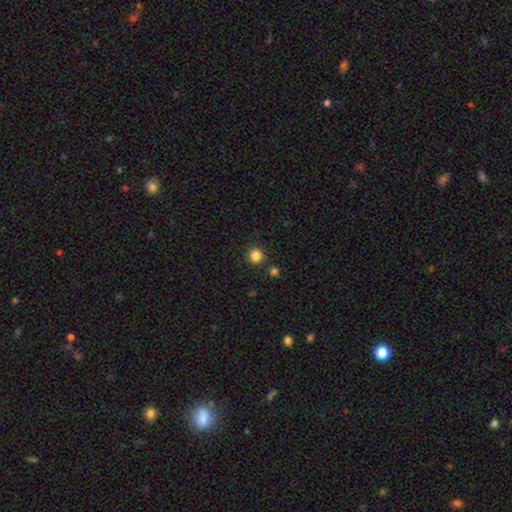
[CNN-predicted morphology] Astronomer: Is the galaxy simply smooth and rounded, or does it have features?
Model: smooth — 85%.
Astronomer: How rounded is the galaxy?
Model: round — 95%.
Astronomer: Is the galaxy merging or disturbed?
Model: none — 88%.